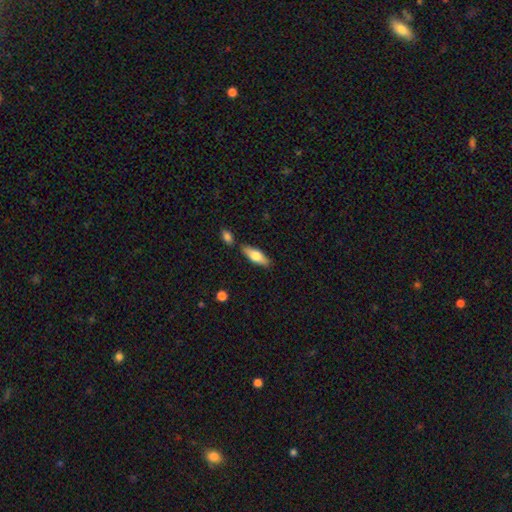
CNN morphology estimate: Overall: smooth (65%; featured or disk 30%). How rounded: in between (61%; cigar-shaped 37%). Merging: none (78%).